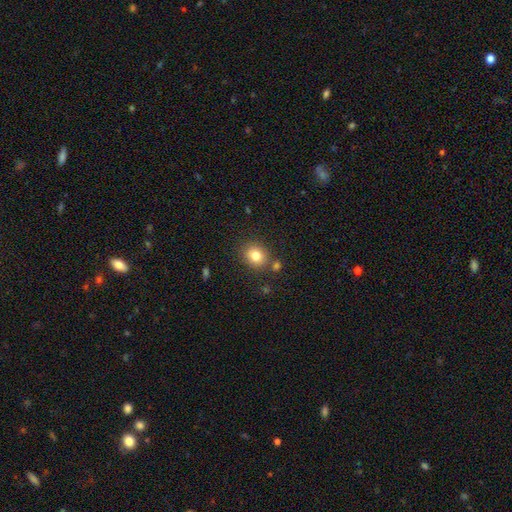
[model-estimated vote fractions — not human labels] This is clearly a smooth galaxy (80%). How rounded: likely round (71%). Merging: likely none (78%).